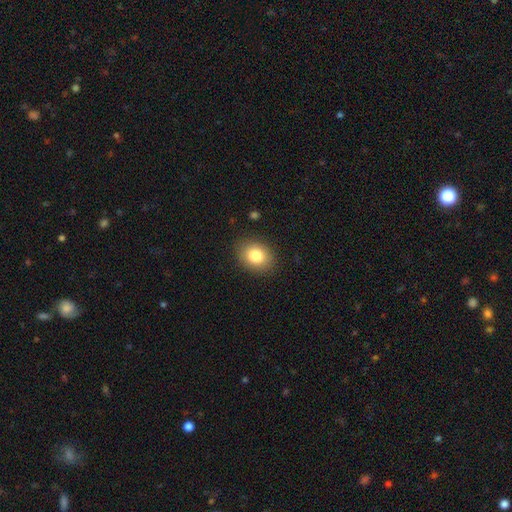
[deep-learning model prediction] smooth 83%, star or artifact 9%, featured or disk 8%. Down the decision tree: how rounded — in between (52%); merging — none (87%).